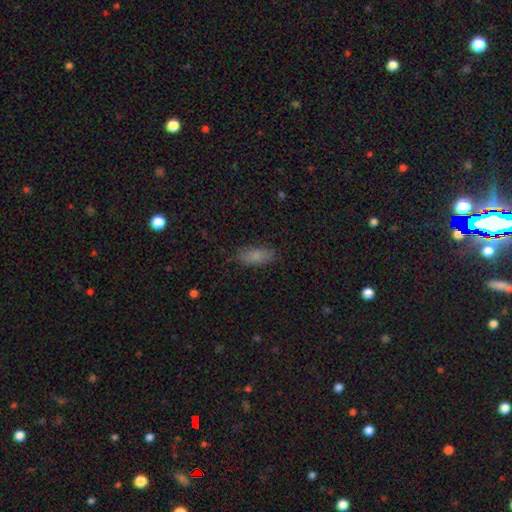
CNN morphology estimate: type=smooth (84%); roundness=in between (79%); merging=none (83%).